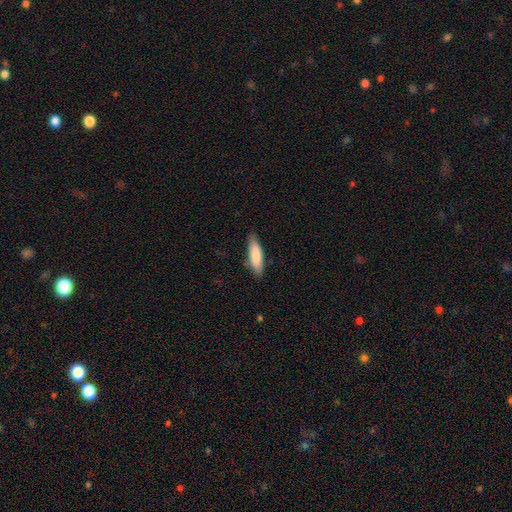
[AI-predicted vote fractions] smooth_or_featured: smooth (p=0.82) [alt: featured or disk p=0.12]
how_rounded: cigar-shaped (p=0.61) [alt: in between p=0.38]
merging: none (p=0.83) [alt: minor disturbance p=0.13]